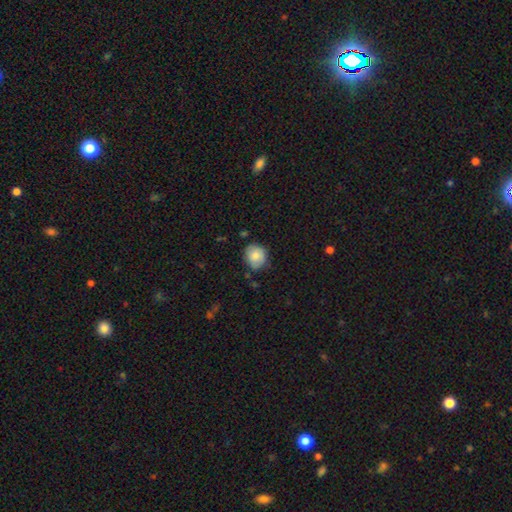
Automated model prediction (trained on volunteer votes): Morphology: type=smooth (81%); roundness=round (70%); merging=none (73%).